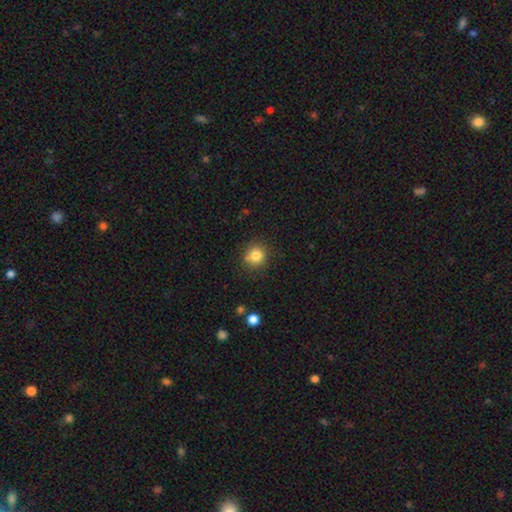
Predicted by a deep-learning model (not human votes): smooth 82%, star or artifact 11%, featured or disk 7%. Down the decision tree: how rounded — round (88%); merging — none (79%).